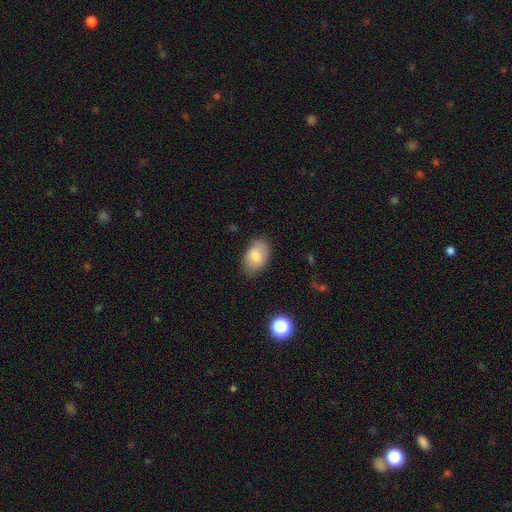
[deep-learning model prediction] Morphology: type=smooth (77%); roundness=in between (90%); merging=none (78%).